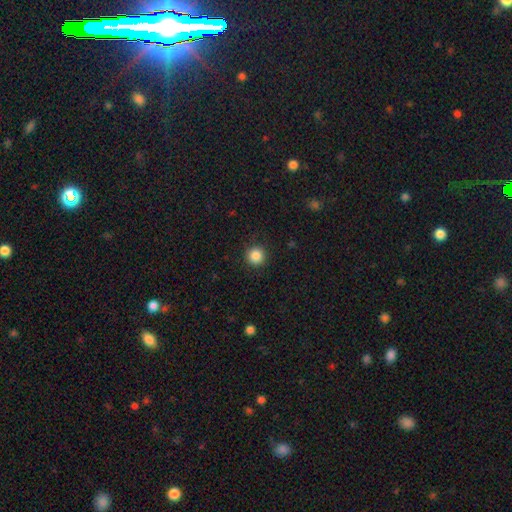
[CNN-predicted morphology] smooth-or-featured: smooth: 87% | star or artifact: 10% | featured or disk: 3%
  how-rounded: round: 95% | in between: 4% | cigar-shaped: 1%
  merging: none: 91% | minor disturbance: 6% | major disturbance: 2% | merger: 1%